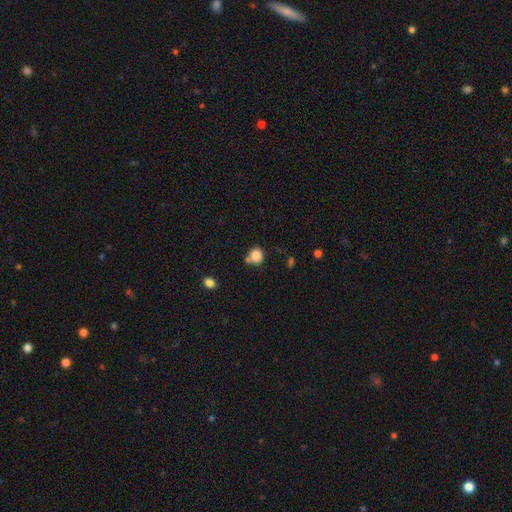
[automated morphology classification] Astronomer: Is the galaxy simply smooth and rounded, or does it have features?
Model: smooth — 85%.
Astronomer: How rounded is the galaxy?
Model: round — 80%.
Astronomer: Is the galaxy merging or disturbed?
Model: none — 62%.